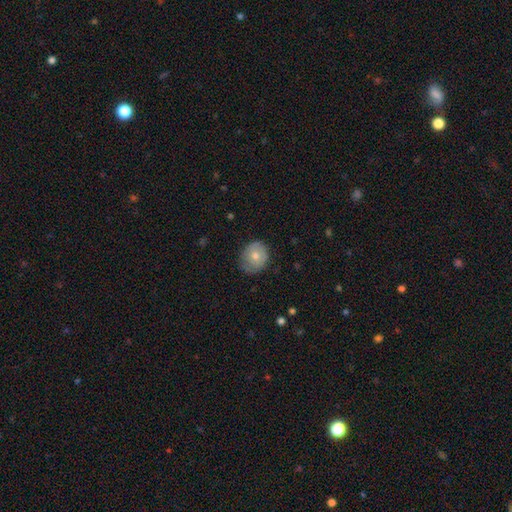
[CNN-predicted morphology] This is likely a smooth galaxy (73%). How rounded: likely round (70%). Merging: likely none (72%).